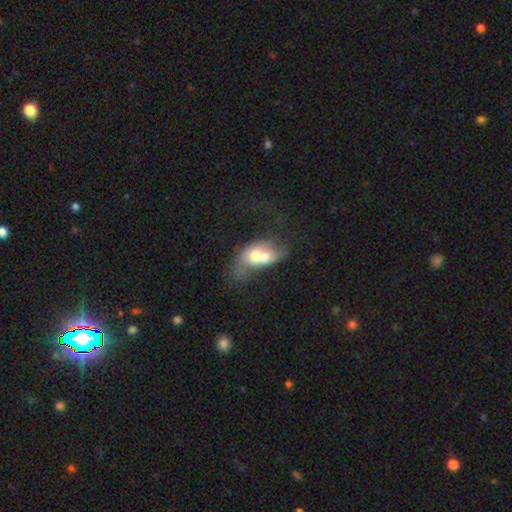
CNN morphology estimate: A smooth galaxy with no disk features (53%) that is in between round and cigar-shaped (71%).

Vote fractions:
- Smooth or featured? smooth: 53% / featured or disk: 38% / star or artifact: 8%
- How rounded? in between: 71% / round: 26% / cigar-shaped: 4%
- Merging? merger: 74% / none: 10% / major disturbance: 9% / minor disturbance: 7%